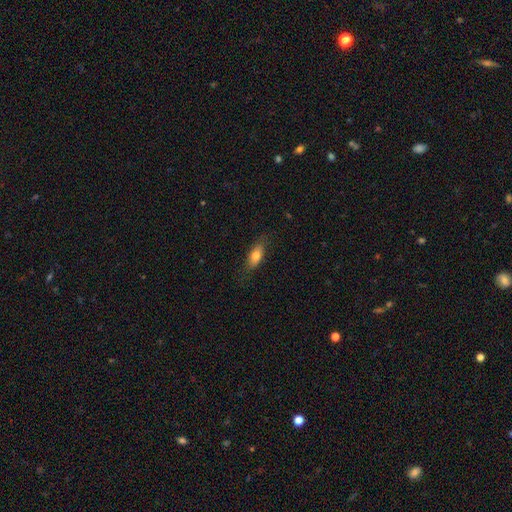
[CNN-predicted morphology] Smooth or featured?
  - smooth: 75% *
  - featured or disk: 18%
  - star or artifact: 7%
How rounded?
  - in between: 79% *
  - cigar-shaped: 17%
  - round: 4%
Merging?
  - none: 78% *
  - minor disturbance: 17%
  - major disturbance: 4%
  - merger: 1%